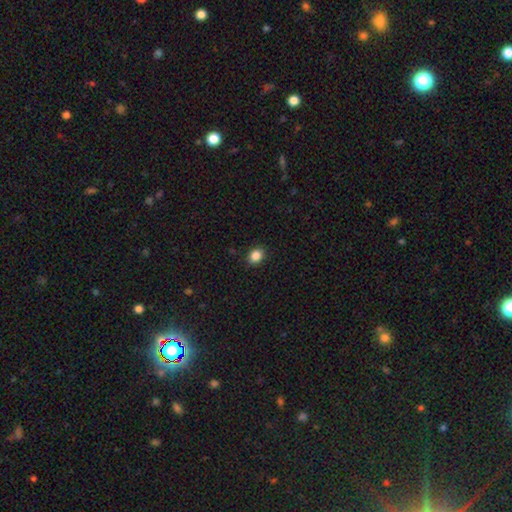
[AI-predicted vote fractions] The model was most divided on "how rounded": in between: 52%, round: 48%, cigar-shaped: 1%. More confident: merging — none (90%); smooth or featured — smooth (87%).